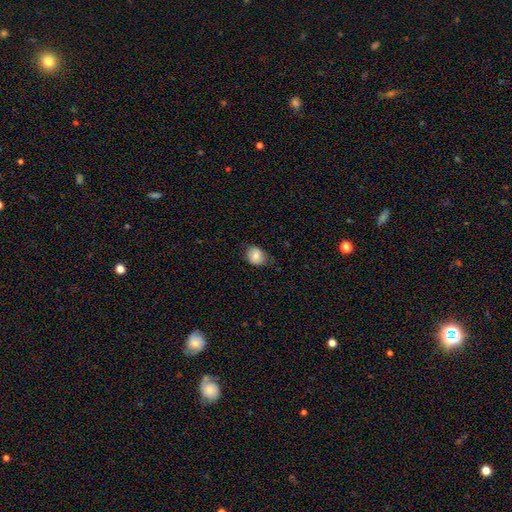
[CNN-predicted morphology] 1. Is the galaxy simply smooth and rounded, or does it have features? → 79% smooth, 13% featured or disk, 8% star or artifact.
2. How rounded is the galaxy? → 59% round, 40% in between, 1% cigar-shaped.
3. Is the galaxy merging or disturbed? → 70% none, 24% minor disturbance, 5% major disturbance, 1% merger.